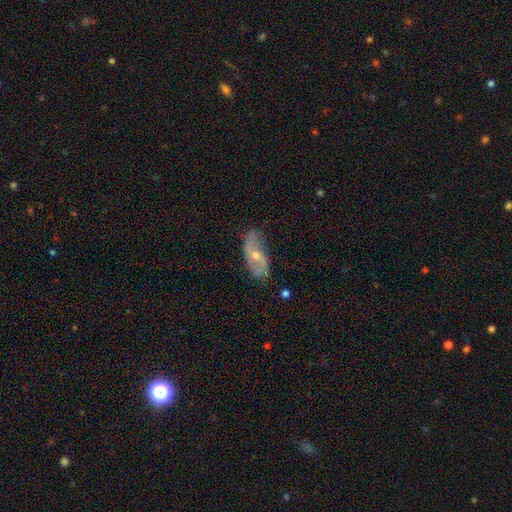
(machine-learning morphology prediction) smooth-or-featured: featured or disk: 66% | smooth: 26% | star or artifact: 8%
  disk-edge-on: no: 87% | yes: 13%
    bar: no: 59% | weak: 31% | strong: 10%
    has-spiral-arms: yes: 81% | no: 19%
    bulge-size: small: 50% | moderate: 46% | large: 1% | none: 1% | dominant: 1%
  merging: none: 72% | minor disturbance: 21% | major disturbance: 5% | merger: 2%